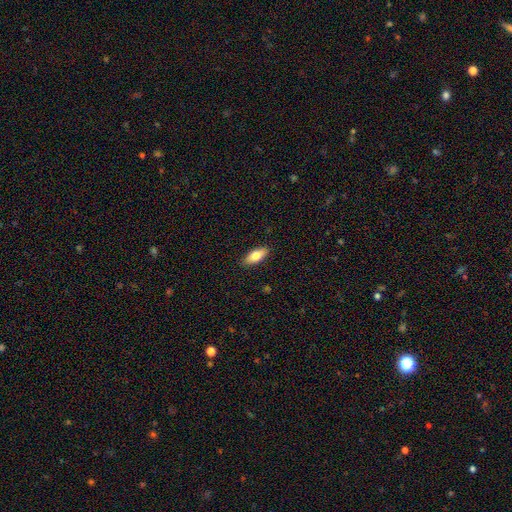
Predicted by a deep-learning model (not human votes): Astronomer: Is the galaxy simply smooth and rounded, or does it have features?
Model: smooth — 74%.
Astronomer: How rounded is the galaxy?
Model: in between — 78%.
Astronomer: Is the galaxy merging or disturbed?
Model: none — 89%.